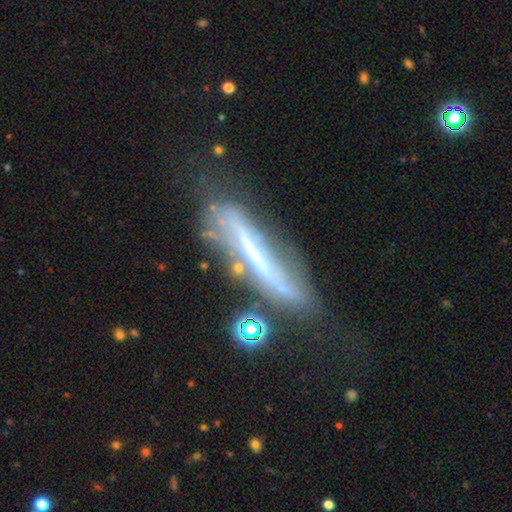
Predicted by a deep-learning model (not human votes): Overall: featured or disk (70%). Edge-on disk: yes (62%; no 38%). Merging: none (48%; minor disturbance 25%).